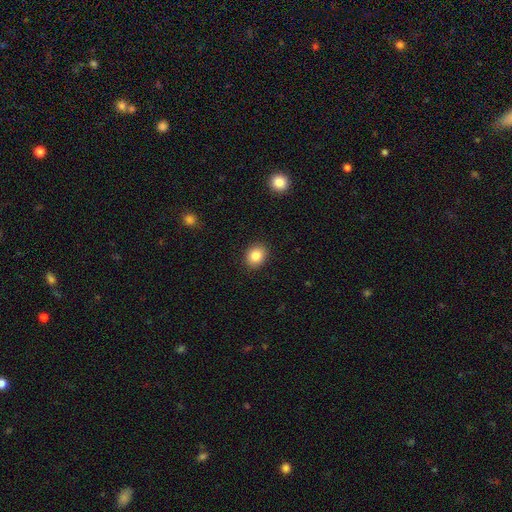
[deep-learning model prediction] Smooth or featured?
  - smooth: 85% *
  - star or artifact: 9%
  - featured or disk: 6%
How rounded?
  - round: 53% *
  - in between: 46%
  - cigar-shaped: 1%
Merging?
  - none: 90% *
  - minor disturbance: 7%
  - major disturbance: 2%
  - merger: 1%